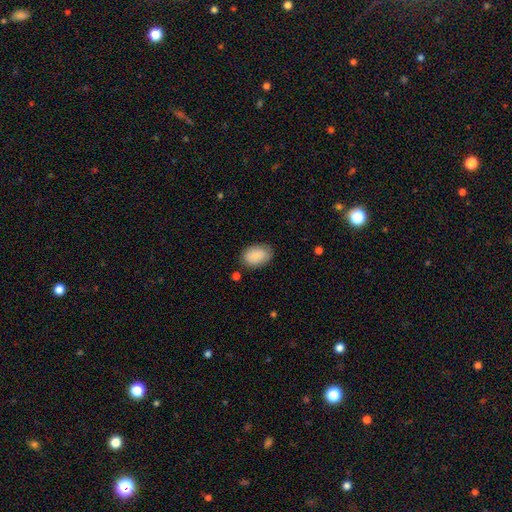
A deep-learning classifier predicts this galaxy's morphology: Q: Smooth or featured?
A: smooth (88%); runner-up: star or artifact (6%)
Q: How rounded?
A: in between (87%); runner-up: round (12%)
Q: Merging?
A: none (80%); runner-up: minor disturbance (15%)